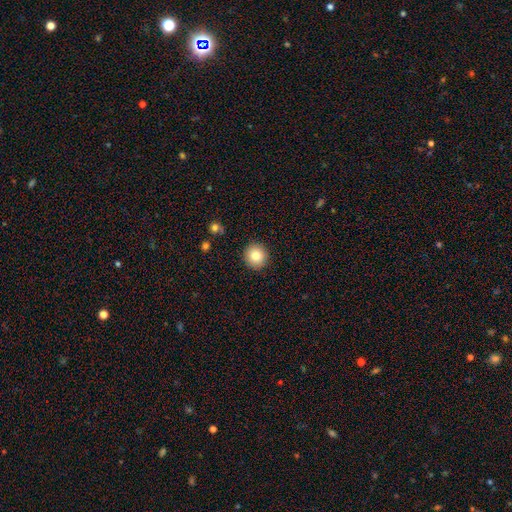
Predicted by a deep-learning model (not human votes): Morphology: type=smooth (82%); roundness=round (93%); merging=none (92%).